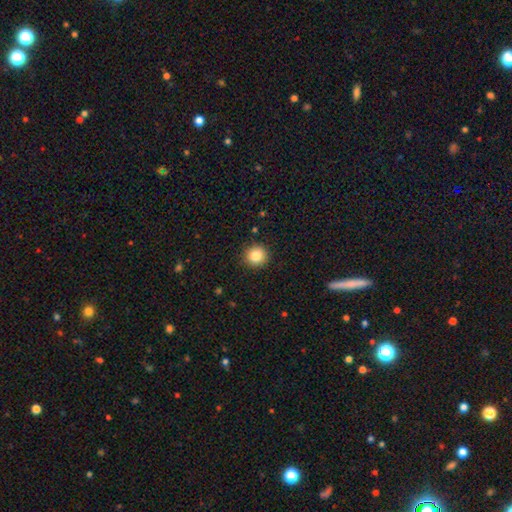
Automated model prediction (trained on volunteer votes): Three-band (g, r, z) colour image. It shows a smooth galaxy with no disk features (85%) that is round (93%). Merging: none (91%).